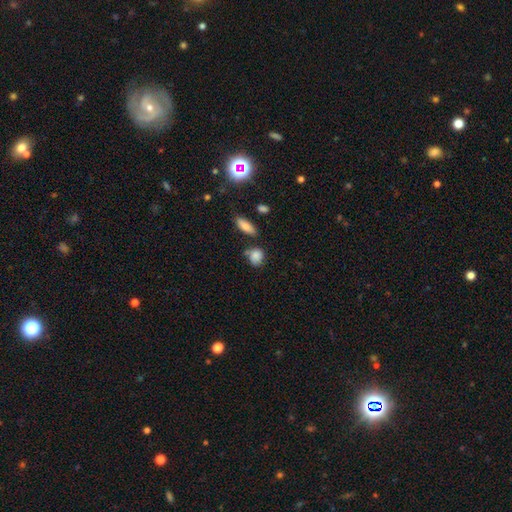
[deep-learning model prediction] Smooth or featured? smooth (81%)
How rounded? round (62%)
Merging? none (57%)